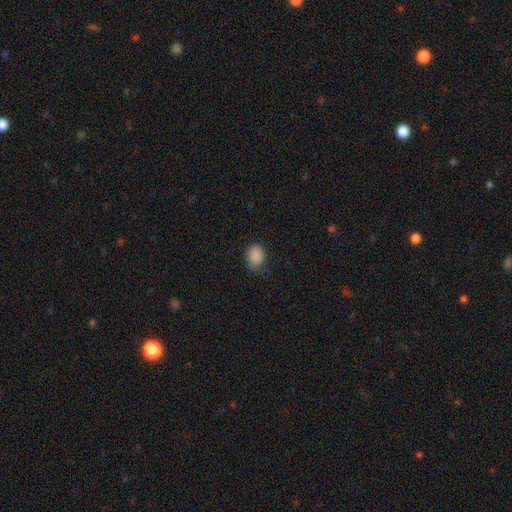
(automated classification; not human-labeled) Smooth or featured?
  - smooth: 87% *
  - star or artifact: 9%
  - featured or disk: 4%
How rounded?
  - in between: 54% *
  - round: 45%
  - cigar-shaped: 1%
Merging?
  - none: 65% *
  - minor disturbance: 28%
  - major disturbance: 6%
  - merger: 1%